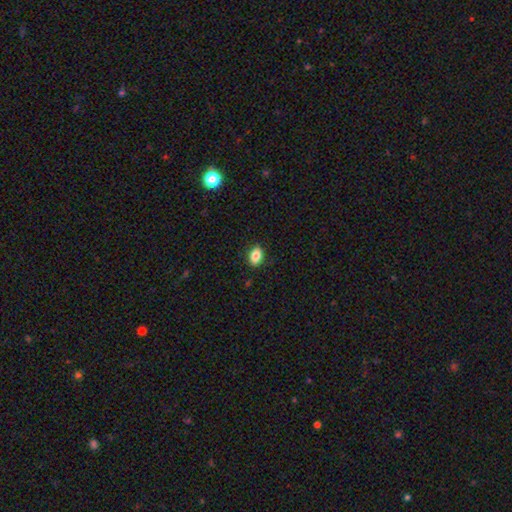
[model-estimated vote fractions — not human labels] Overall: smooth (84%). How rounded: in between (82%). Merging: none (88%).